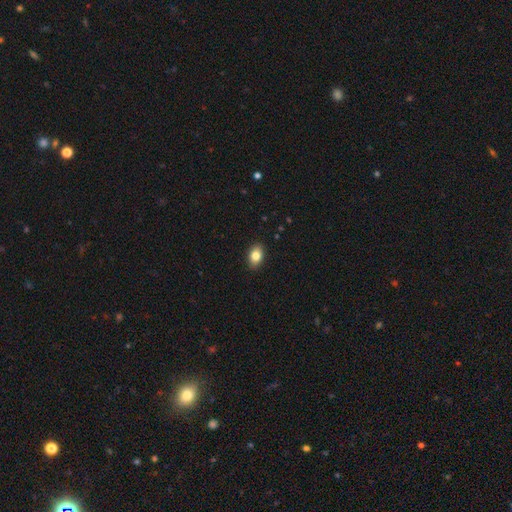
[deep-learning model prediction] The model was most divided on "how rounded": in between: 86%, round: 13%, cigar-shaped: 2%. More confident: merging — none (90%); smooth or featured — smooth (83%).